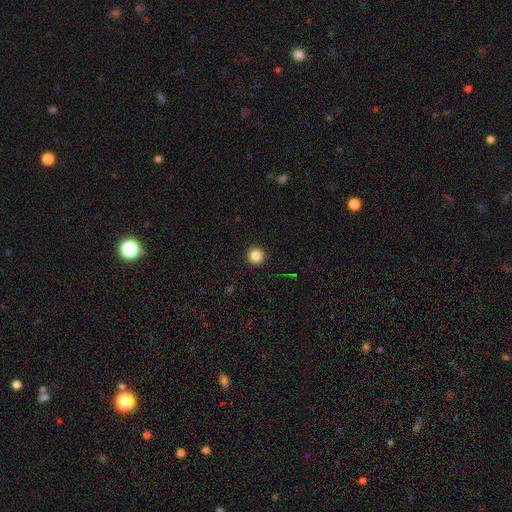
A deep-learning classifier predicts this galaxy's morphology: smooth_or_featured: smooth (p=0.86) [alt: star or artifact p=0.10]
how_rounded: round (p=0.96) [alt: in between p=0.03]
merging: none (p=0.94) [alt: minor disturbance p=0.04]